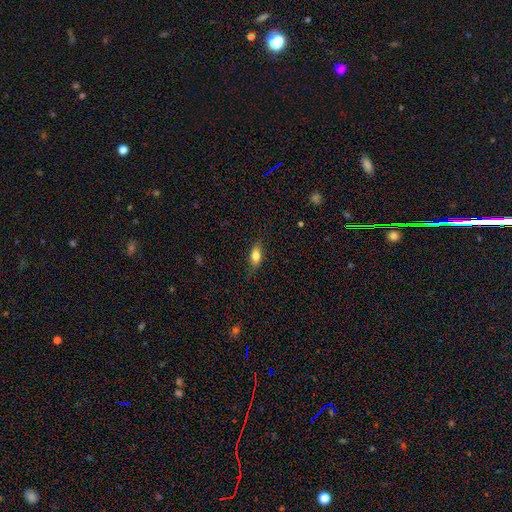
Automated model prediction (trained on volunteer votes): The model was most divided on "smooth or featured": smooth: 78%, featured or disk: 14%, star or artifact: 8%. More confident: how rounded — in between (82%); merging — none (80%).